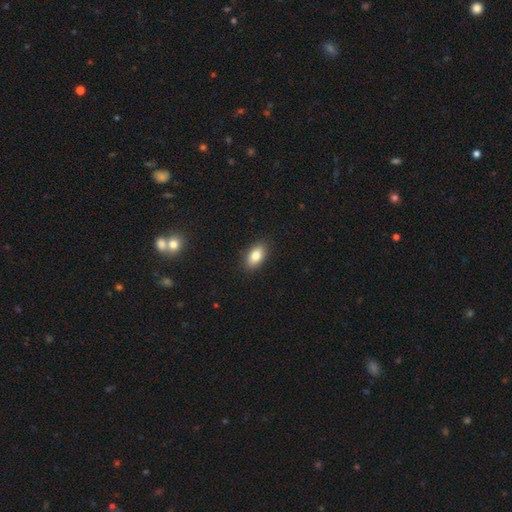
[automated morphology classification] smooth-or-featured: smooth: 82% | featured or disk: 10% | star or artifact: 8%
  how-rounded: in between: 91% | round: 6% | cigar-shaped: 3%
  merging: none: 89% | minor disturbance: 8% | major disturbance: 2% | merger: 1%